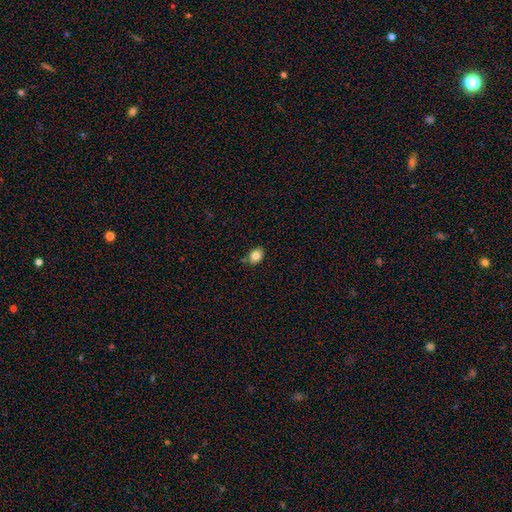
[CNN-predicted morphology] Smooth or featured?
  - smooth: 83% *
  - star or artifact: 9%
  - featured or disk: 7%
How rounded?
  - in between: 62% *
  - round: 37%
  - cigar-shaped: 1%
Merging?
  - none: 79% *
  - minor disturbance: 14%
  - merger: 5%
  - major disturbance: 3%